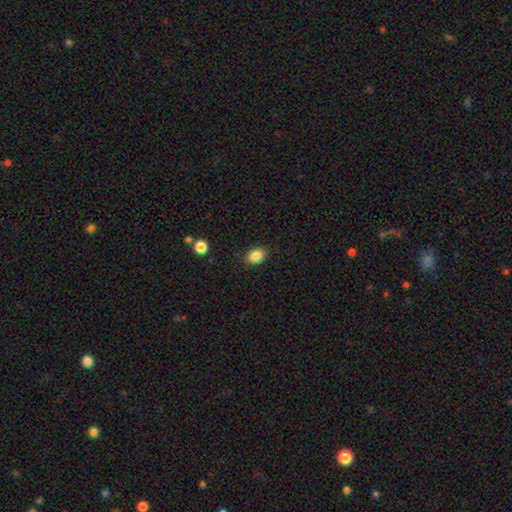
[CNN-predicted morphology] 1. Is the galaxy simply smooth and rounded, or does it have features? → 86% smooth, 9% star or artifact, 6% featured or disk.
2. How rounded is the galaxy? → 77% in between, 22% round, 1% cigar-shaped.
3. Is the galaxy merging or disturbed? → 86% none, 10% minor disturbance, 2% major disturbance, 1% merger.